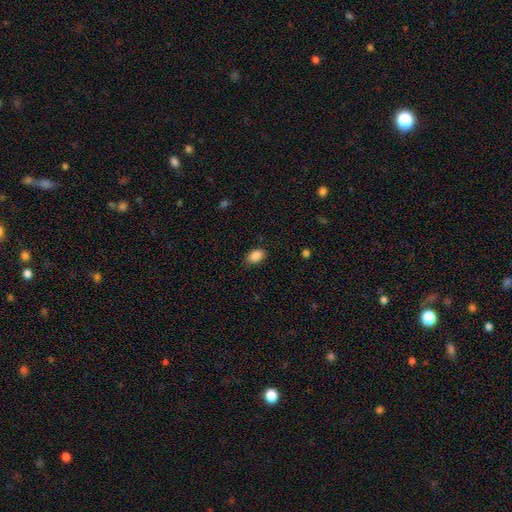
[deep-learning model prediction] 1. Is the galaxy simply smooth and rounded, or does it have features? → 88% smooth, 8% star or artifact, 4% featured or disk.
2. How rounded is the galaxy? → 84% in between, 15% round, 1% cigar-shaped.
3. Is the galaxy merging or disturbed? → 81% none, 15% minor disturbance, 3% major disturbance, 1% merger.